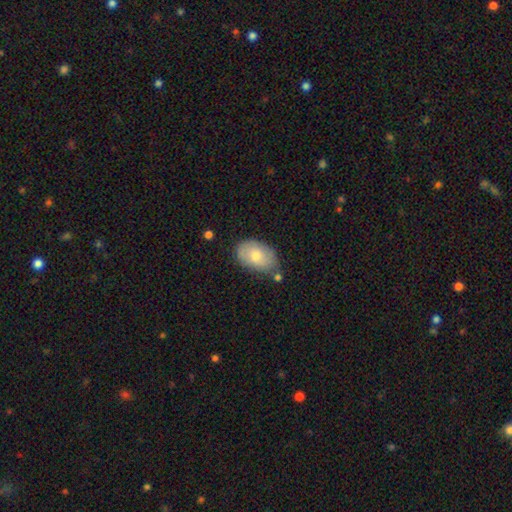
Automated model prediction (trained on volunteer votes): A smooth galaxy with no disk features (73%) that is in between round and cigar-shaped (89%). Merging: none (61%).